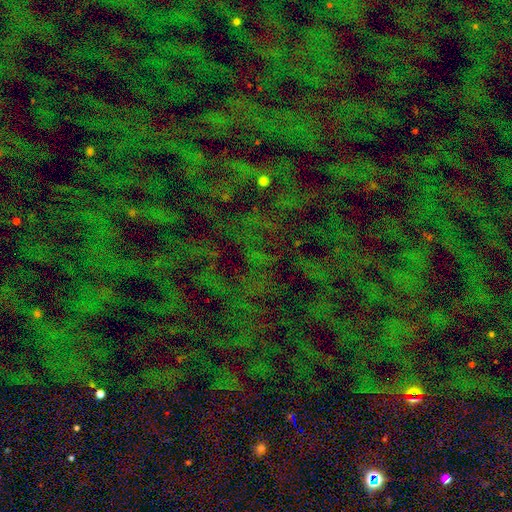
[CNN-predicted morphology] A star or artifact, not a galaxy (73%).